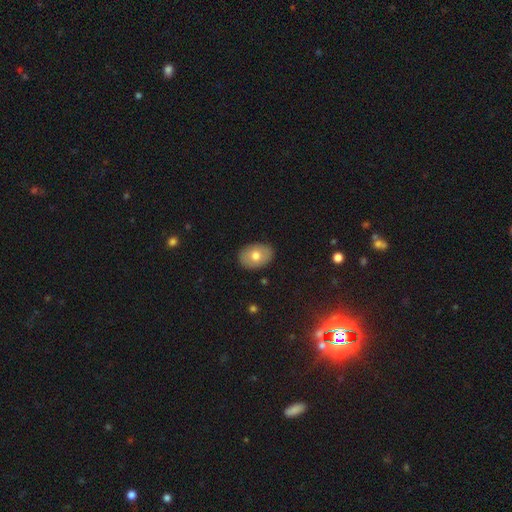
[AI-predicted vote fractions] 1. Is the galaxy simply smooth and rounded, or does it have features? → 70% smooth, 23% featured or disk, 7% star or artifact.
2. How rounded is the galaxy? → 78% in between, 21% round, 1% cigar-shaped.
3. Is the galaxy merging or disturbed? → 88% none, 9% minor disturbance, 2% major disturbance, 1% merger.